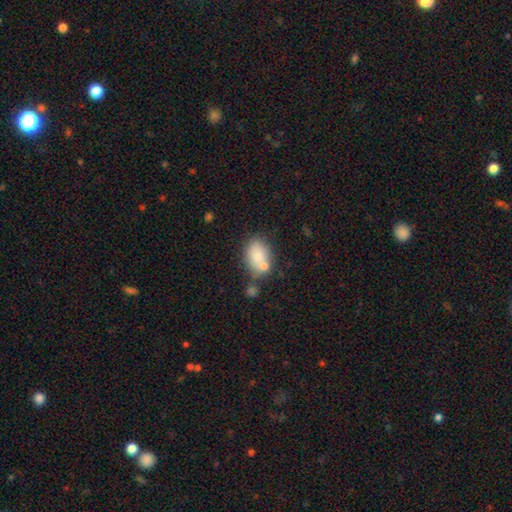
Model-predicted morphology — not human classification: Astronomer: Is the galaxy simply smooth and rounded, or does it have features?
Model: smooth — 78%.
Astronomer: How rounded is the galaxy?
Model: in between — 81%.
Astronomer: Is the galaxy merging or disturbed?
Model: none — 54%.